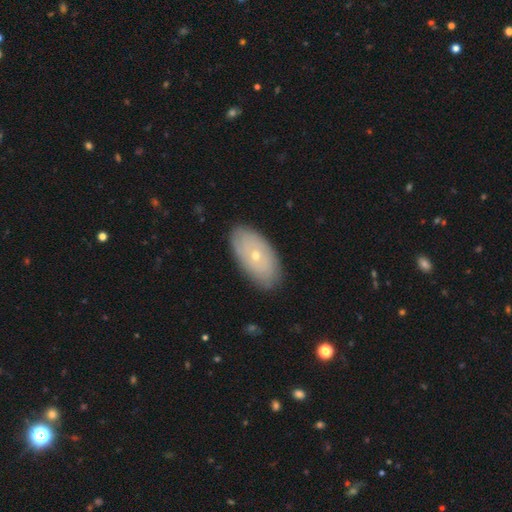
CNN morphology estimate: type=featured or disk (50%); merging=none (85%).